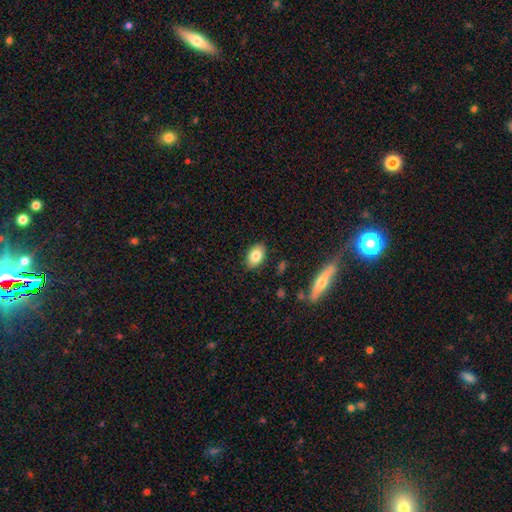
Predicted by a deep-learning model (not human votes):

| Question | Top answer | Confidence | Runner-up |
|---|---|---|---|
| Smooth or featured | smooth | 81% | featured or disk (12%) |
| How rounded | in between | 87% | round (11%) |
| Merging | none | 86% | minor disturbance (10%) |